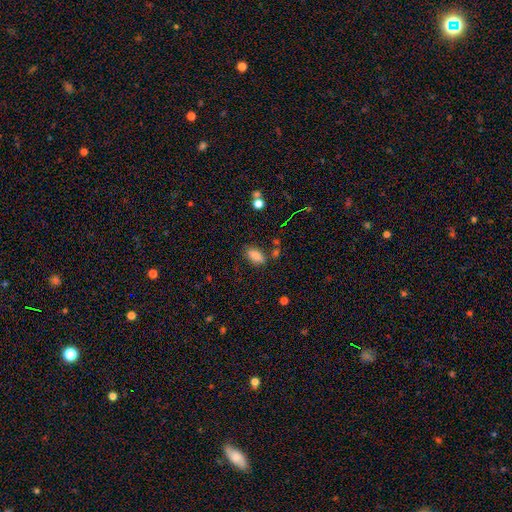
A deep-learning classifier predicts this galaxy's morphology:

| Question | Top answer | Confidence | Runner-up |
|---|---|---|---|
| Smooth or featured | smooth | 84% | star or artifact (9%) |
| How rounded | in between | 86% | cigar-shaped (10%) |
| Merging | none | 76% | minor disturbance (15%) |